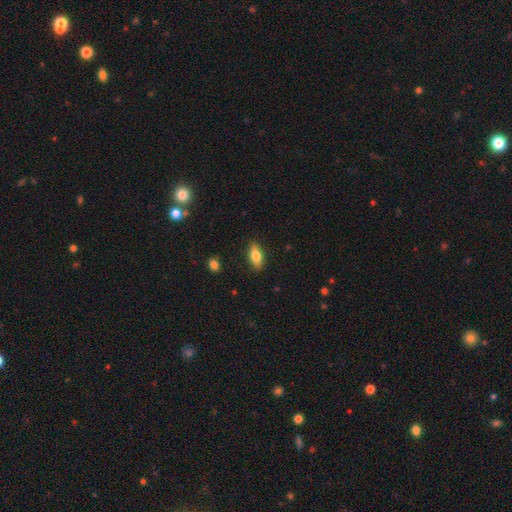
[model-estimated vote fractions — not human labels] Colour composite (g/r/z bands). It shows a smooth galaxy with no disk features (74%) that is in between round and cigar-shaped (80%). Merging: none (86%).